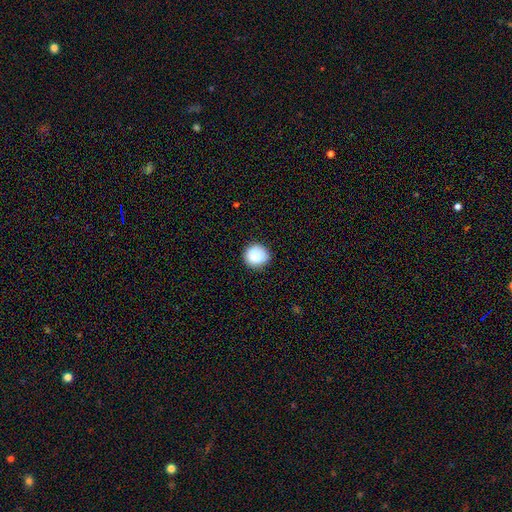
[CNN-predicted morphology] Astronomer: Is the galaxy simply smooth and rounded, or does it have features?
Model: smooth — 87%.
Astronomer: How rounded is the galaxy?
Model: round — 90%.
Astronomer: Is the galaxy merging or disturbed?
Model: none — 87%.